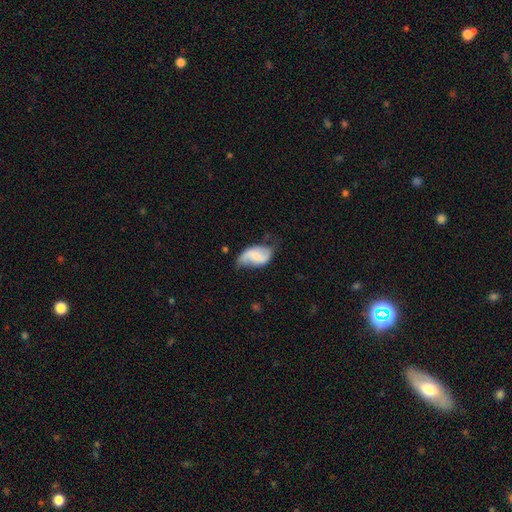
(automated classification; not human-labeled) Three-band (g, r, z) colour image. It shows a featured or disk galaxy (51%). Merging: none (43%).